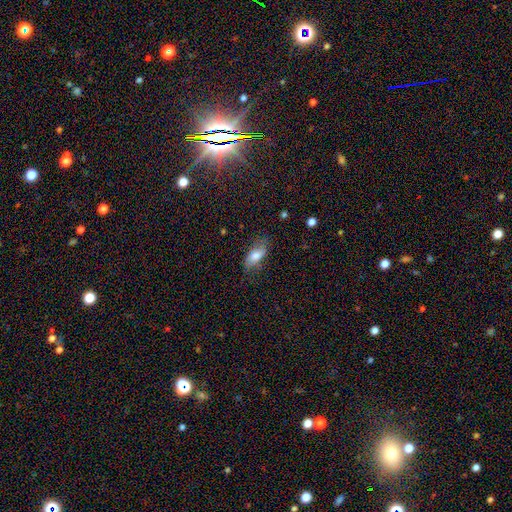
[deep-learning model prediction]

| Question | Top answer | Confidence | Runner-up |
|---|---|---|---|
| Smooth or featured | smooth | 74% | featured or disk (19%) |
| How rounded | in between | 85% | cigar-shaped (11%) |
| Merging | none | 70% | minor disturbance (22%) |